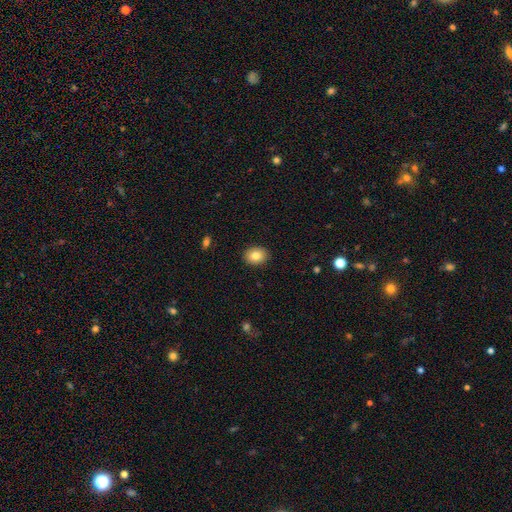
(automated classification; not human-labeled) This is clearly a smooth galaxy (82%). How rounded: possibly in between (51%). Merging: clearly none (91%).